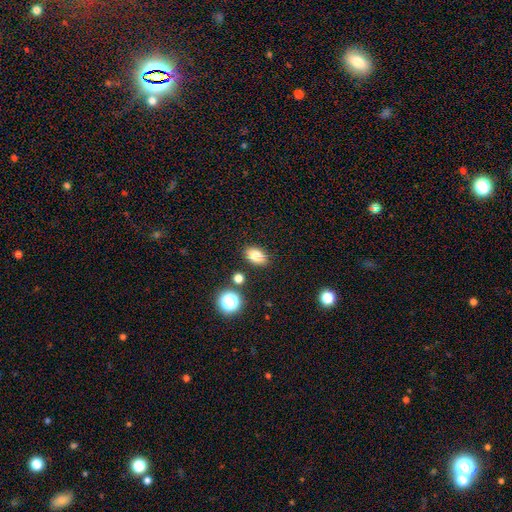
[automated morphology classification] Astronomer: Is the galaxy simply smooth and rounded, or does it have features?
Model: smooth — 79%.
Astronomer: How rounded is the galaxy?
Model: in between — 84%.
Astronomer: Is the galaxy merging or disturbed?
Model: none — 85%.